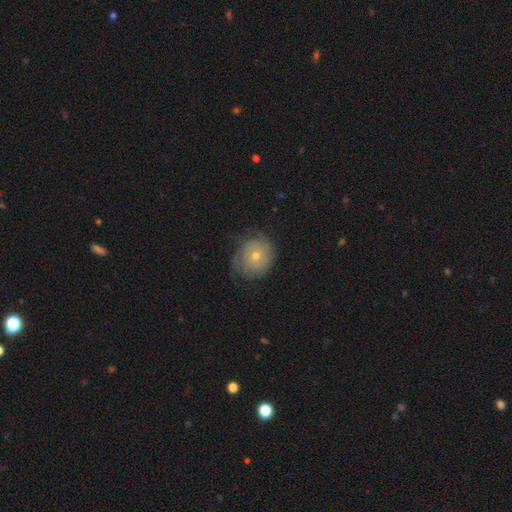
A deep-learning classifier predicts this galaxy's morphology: type=featured or disk (57%); edge-on=no (97%); bar=no (85%); spiral arms=yes (81%); bulge=small (56%); merging=none (69%).